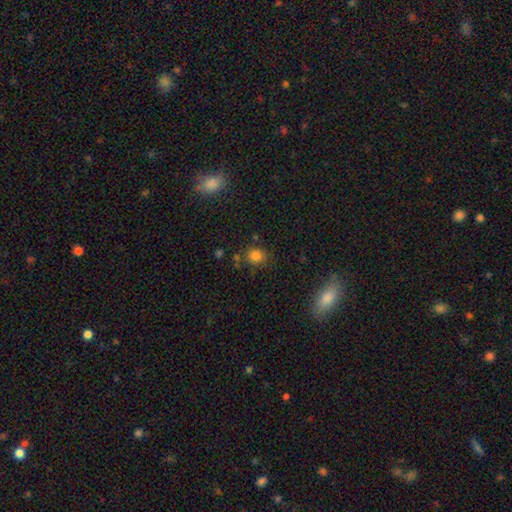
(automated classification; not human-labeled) This appears to be a smooth galaxy with no disk features (80%) that is round (77%). Merging: none (78%).